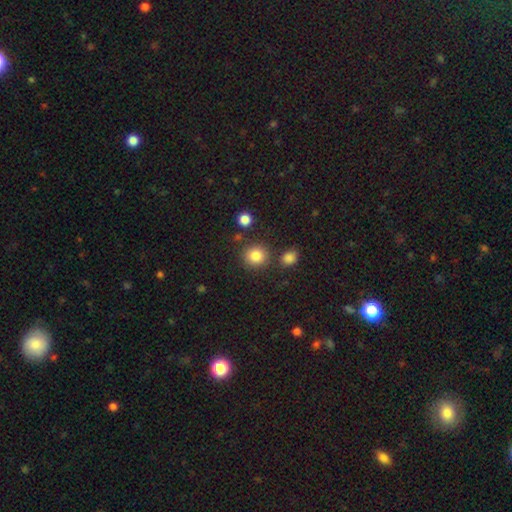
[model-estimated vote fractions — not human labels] Smooth or featured?
  - smooth: 84% *
  - star or artifact: 11%
  - featured or disk: 6%
How rounded?
  - round: 88% *
  - in between: 11%
  - cigar-shaped: 1%
Merging?
  - none: 82% *
  - minor disturbance: 8%
  - merger: 6%
  - major disturbance: 3%